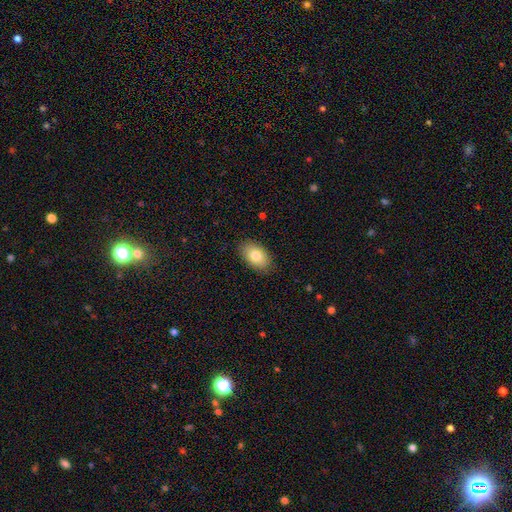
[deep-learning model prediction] Smooth or featured: smooth — 81% (featured or disk — 12%)
How rounded: in between — 91% (round — 7%)
Merging: none — 86% (minor disturbance — 11%)